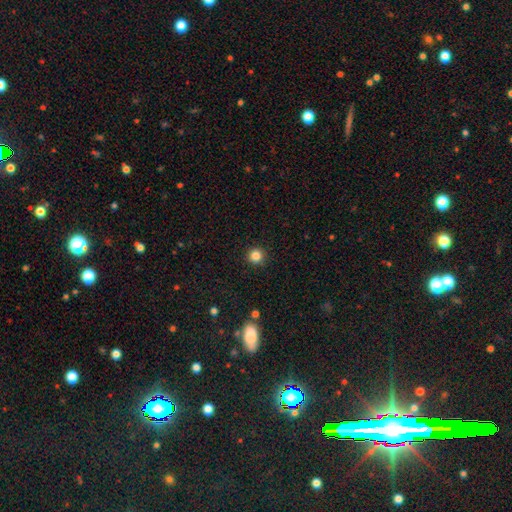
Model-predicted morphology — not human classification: The model was most divided on "smooth or featured": smooth: 83%, star or artifact: 12%, featured or disk: 4%. More confident: how rounded — round (95%); merging — none (92%).